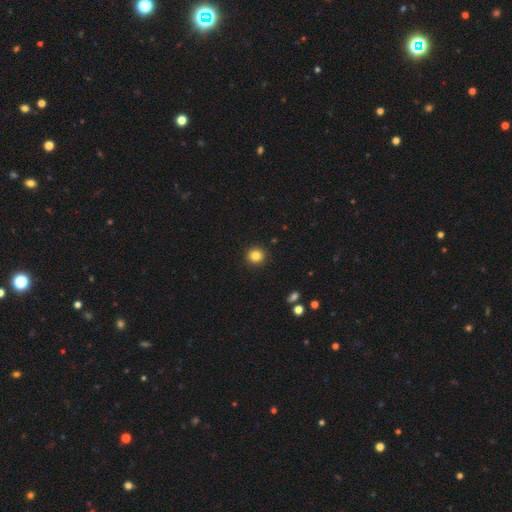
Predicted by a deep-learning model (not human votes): This appears to be a smooth galaxy with no disk features (84%) that is round (93%). Merging: none (92%).